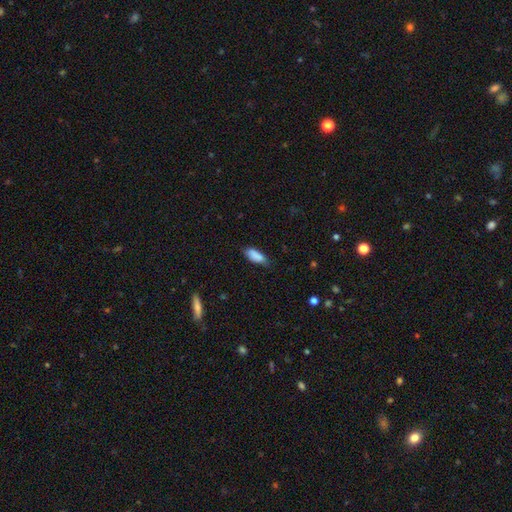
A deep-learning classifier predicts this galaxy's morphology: smooth_or_featured: smooth (p=0.87) [alt: star or artifact p=0.07]
how_rounded: in between (p=0.78) [alt: cigar-shaped p=0.20]
merging: none (p=0.67) [alt: minor disturbance p=0.27]